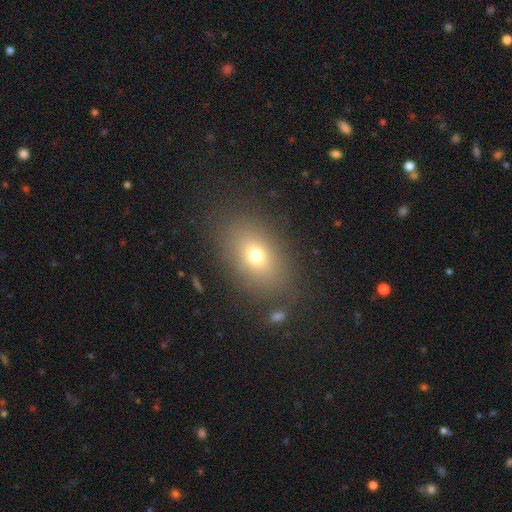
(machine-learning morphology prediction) smooth_or_featured: smooth (p=0.69) [alt: featured or disk p=0.15]
how_rounded: in between (p=0.76) [alt: round p=0.22]
merging: none (p=0.81) [alt: minor disturbance p=0.11]